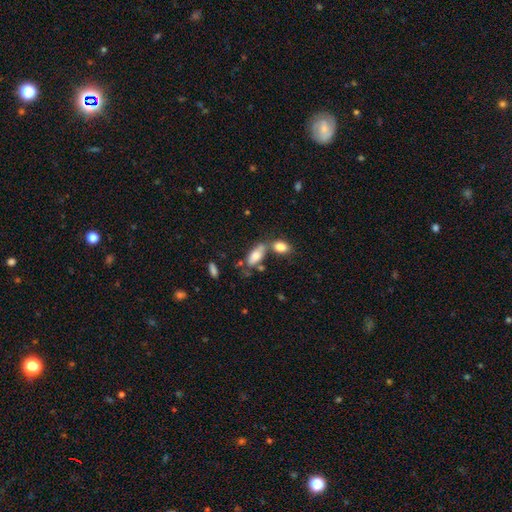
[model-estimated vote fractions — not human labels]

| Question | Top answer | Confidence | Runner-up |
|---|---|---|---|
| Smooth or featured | smooth | 74% | featured or disk (18%) |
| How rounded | in between | 82% | cigar-shaped (15%) |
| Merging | none | 45% | merger (35%) |